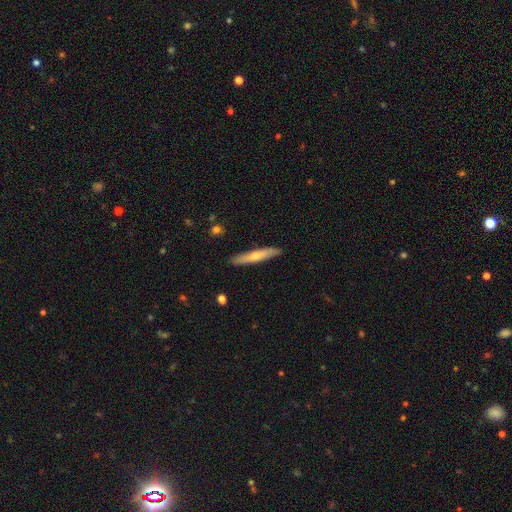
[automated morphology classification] Smooth or featured? smooth (48%)
Merging? none (90%)